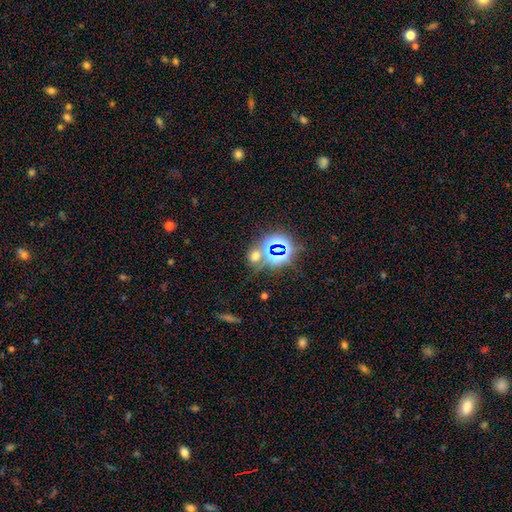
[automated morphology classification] A star or artifact, not a galaxy (47%).

Vote fractions:
- Smooth or featured? star or artifact: 47% / smooth: 45% / featured or disk: 8%